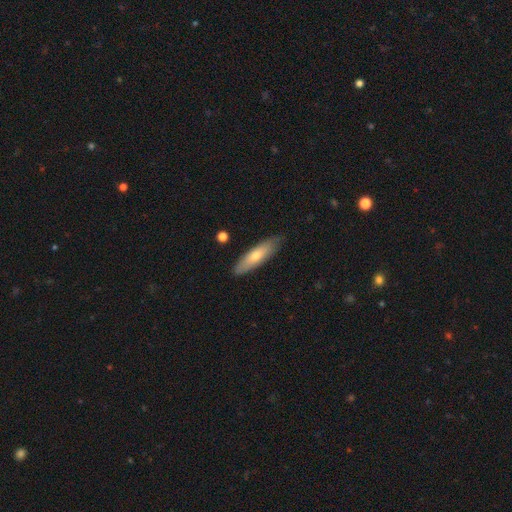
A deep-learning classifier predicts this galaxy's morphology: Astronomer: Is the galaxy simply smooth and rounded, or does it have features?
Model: smooth — 65%.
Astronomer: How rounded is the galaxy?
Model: cigar-shaped — 62%.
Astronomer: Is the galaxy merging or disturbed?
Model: none — 84%.